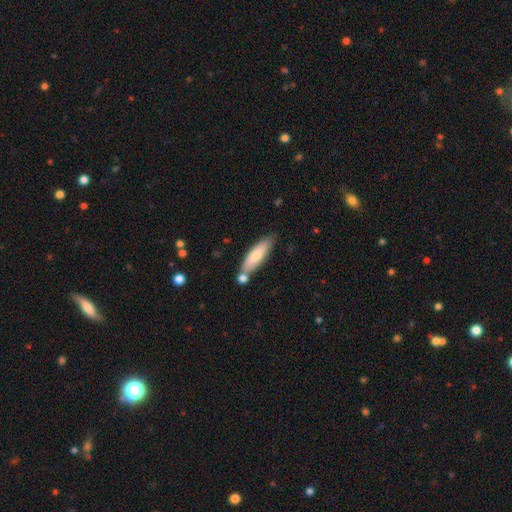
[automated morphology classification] This is likely a smooth galaxy (71%). How rounded: possibly cigar-shaped (58%). Merging: likely none (67%).